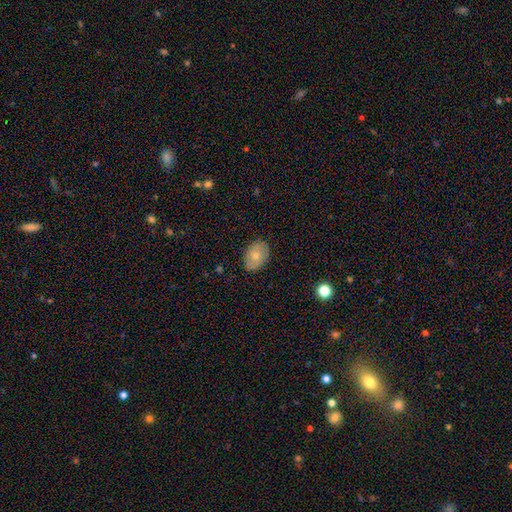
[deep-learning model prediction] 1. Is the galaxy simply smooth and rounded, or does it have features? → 71% smooth, 21% featured or disk, 7% star or artifact.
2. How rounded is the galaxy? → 81% in between, 18% round, 1% cigar-shaped.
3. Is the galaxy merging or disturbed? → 82% none, 14% minor disturbance, 3% major disturbance, 1% merger.